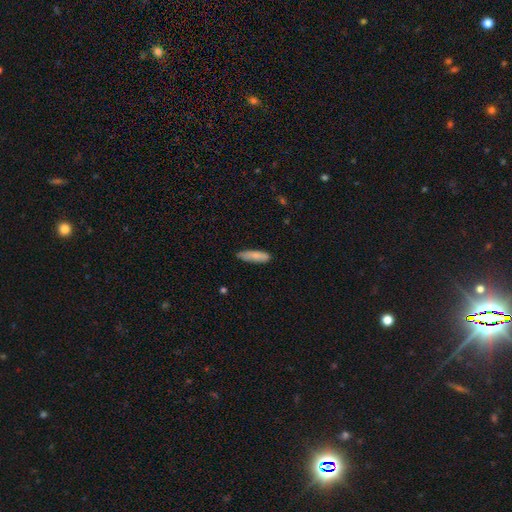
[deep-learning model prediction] Smooth or featured? smooth (83%)
How rounded? cigar-shaped (61%)
Merging? none (75%)